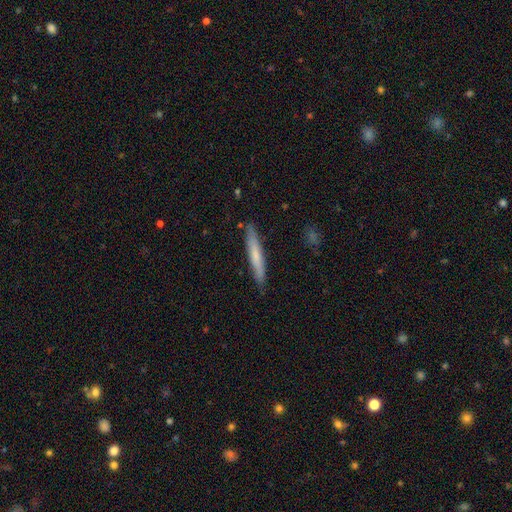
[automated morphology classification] This is likely a smooth galaxy (63%). How rounded: clearly cigar-shaped (95%). Merging: clearly none (88%).